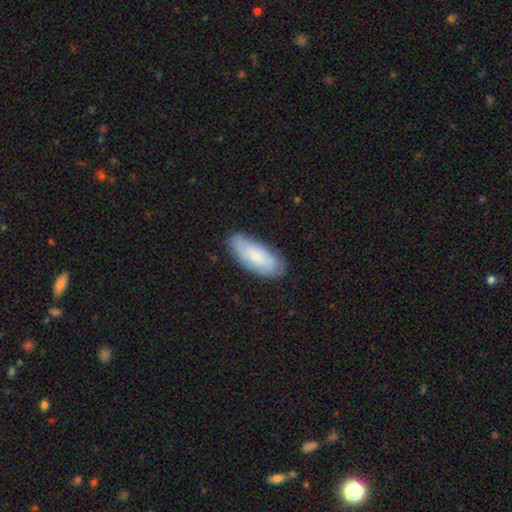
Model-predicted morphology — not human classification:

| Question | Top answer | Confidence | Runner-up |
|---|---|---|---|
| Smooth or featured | smooth | 63% | featured or disk (30%) |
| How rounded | in between | 81% | cigar-shaped (17%) |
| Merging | none | 80% | minor disturbance (16%) |